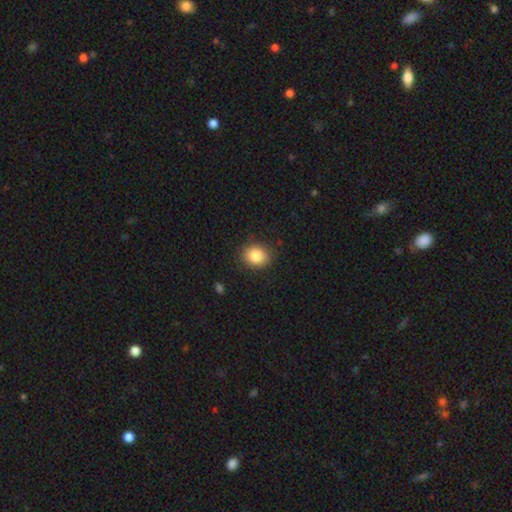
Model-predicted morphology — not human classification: smooth 86%, star or artifact 9%, featured or disk 5%. Down the decision tree: how rounded — round (64%); merging — none (86%).